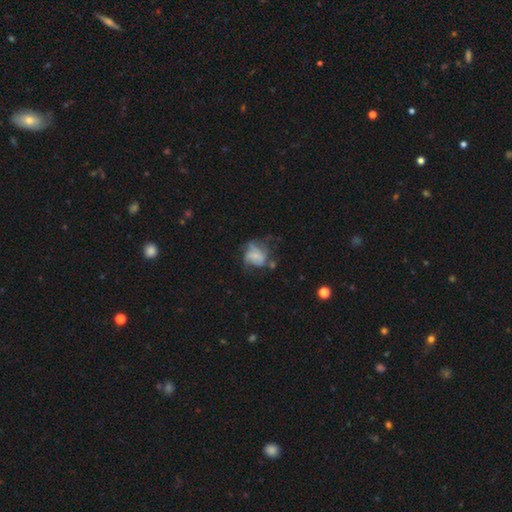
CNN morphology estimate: smooth_or_featured: featured or disk (p=0.49) [alt: smooth p=0.40]
merging: none (p=0.34) [alt: major disturbance p=0.33]